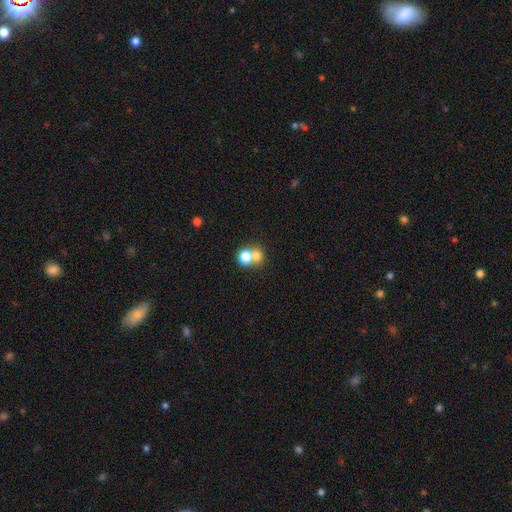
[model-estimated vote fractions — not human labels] Morphology: type=smooth (73%); roundness=round (73%); merging=merger (57%).